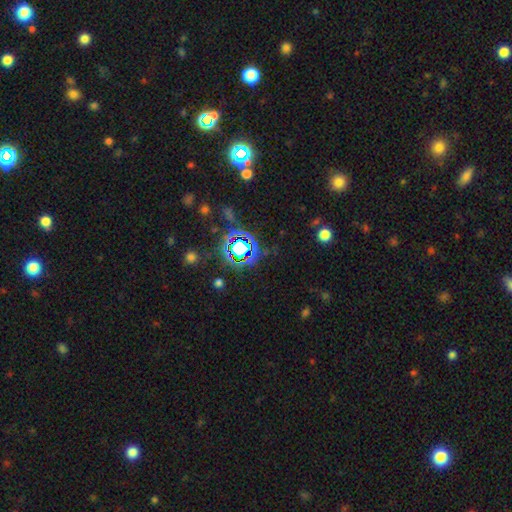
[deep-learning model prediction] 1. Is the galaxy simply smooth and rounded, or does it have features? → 71% star or artifact, 20% smooth, 9% featured or disk.